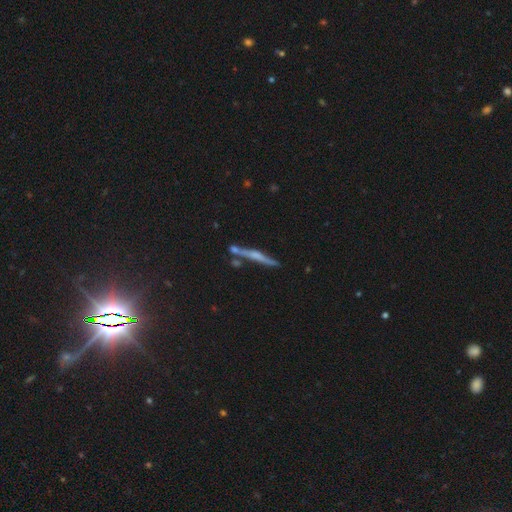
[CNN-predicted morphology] Overall: featured or disk (64%; smooth 28%). Edge-on disk: yes (96%). Edge-on bulge: rounded (52%; none 30%). Merging: none (74%).